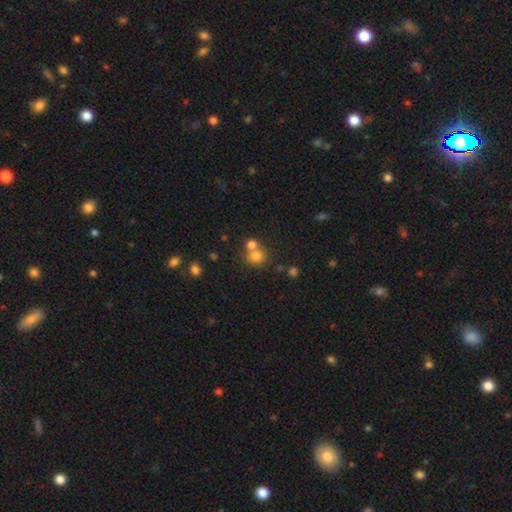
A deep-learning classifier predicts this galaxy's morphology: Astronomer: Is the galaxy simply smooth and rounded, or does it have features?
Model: smooth — 77%.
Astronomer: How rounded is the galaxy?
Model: round — 82%.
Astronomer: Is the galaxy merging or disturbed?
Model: none — 51% (runner-up: merger, 39%).